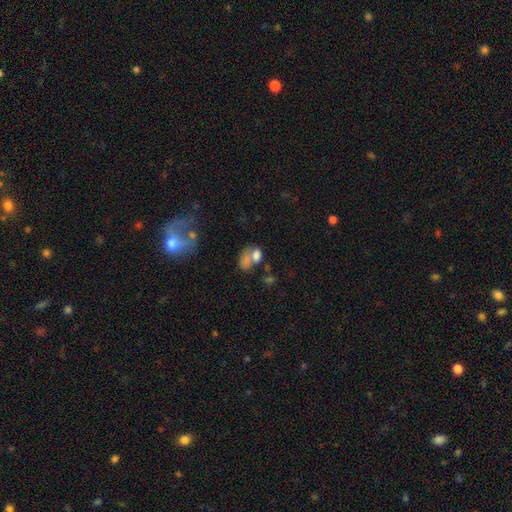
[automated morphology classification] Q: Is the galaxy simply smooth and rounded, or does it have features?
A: smooth — 72%.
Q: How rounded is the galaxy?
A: in between — 81%.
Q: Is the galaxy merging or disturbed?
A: merger — 50%.